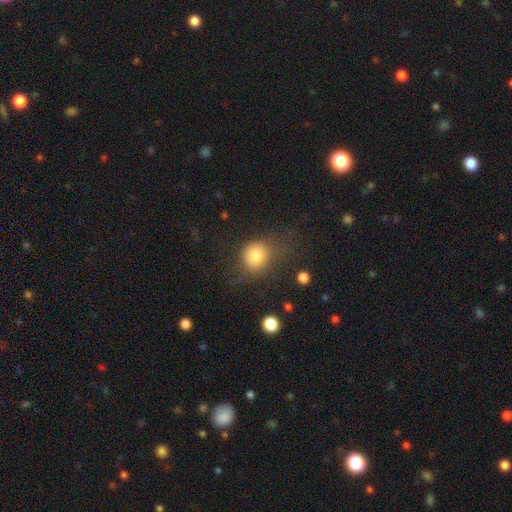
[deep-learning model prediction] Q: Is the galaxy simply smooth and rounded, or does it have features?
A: smooth — 79%.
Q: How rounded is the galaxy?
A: round — 76%.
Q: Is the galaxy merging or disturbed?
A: none — 58%.